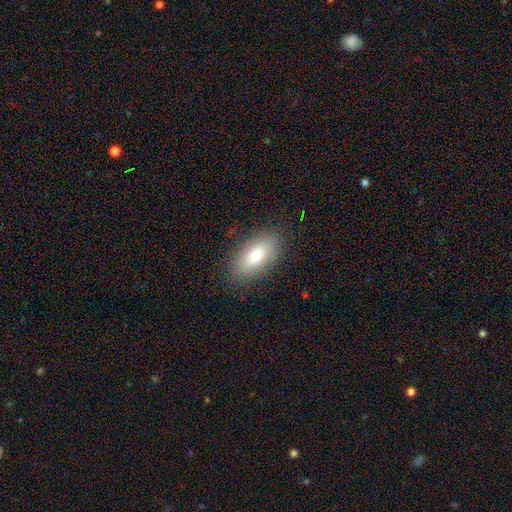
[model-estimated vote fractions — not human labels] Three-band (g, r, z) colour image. It shows a smooth galaxy with no disk features (83%) that is in between round and cigar-shaped (92%). Merging: none (84%).